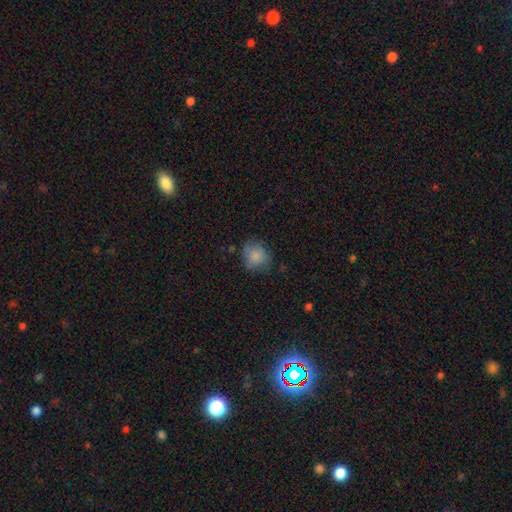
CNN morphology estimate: Smooth or featured? smooth (81%)
How rounded? round (75%)
Merging? none (66%)